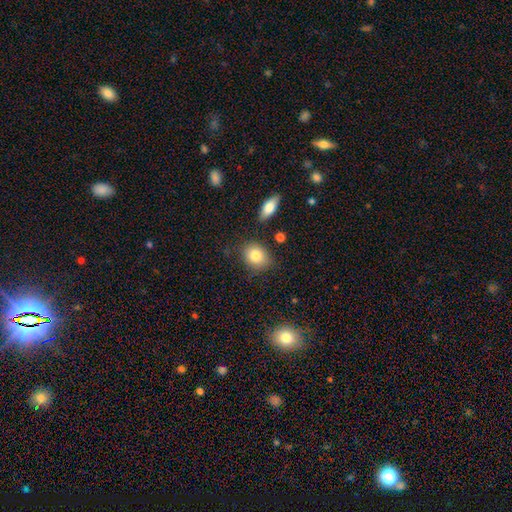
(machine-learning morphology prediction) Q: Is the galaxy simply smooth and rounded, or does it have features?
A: smooth — 81%.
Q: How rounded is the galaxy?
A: round — 53%.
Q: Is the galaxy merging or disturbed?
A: none — 78%.